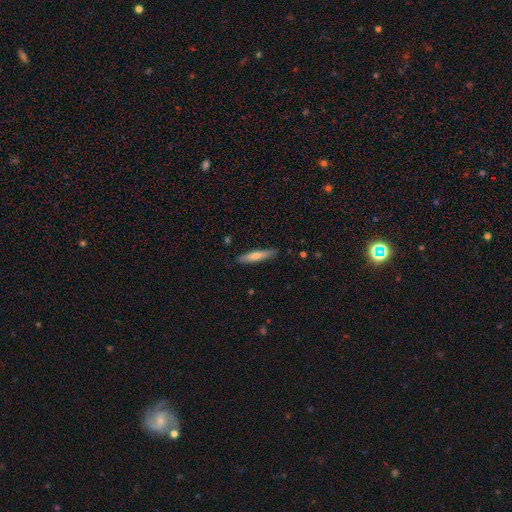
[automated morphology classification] The model was most divided on "smooth or featured": smooth: 65%, featured or disk: 30%, star or artifact: 6%. More confident: merging — none (88%); how rounded — cigar-shaped (88%).